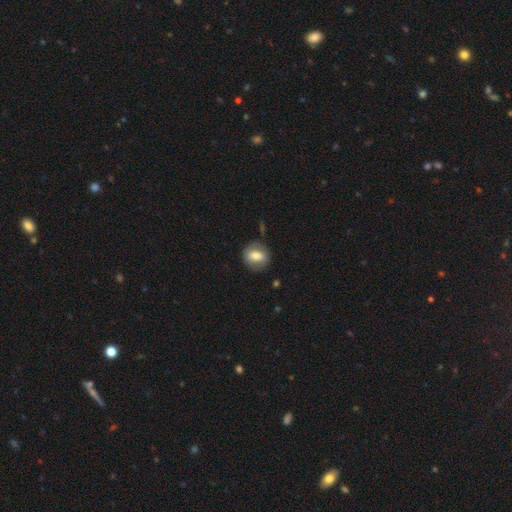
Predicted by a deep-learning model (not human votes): smooth 68%, featured or disk 25%, star or artifact 8%. Down the decision tree: how rounded — round (63%); merging — none (80%).